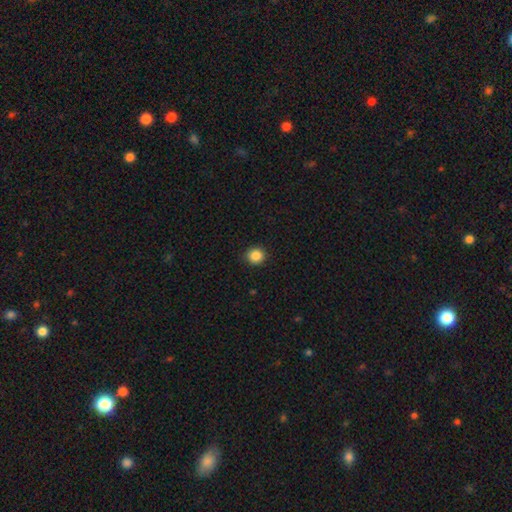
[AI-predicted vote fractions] smooth-or-featured: smooth: 86% | star or artifact: 10% | featured or disk: 3%
  how-rounded: round: 90% | in between: 9% | cigar-shaped: 1%
  merging: none: 91% | minor disturbance: 6% | major disturbance: 2% | merger: 1%